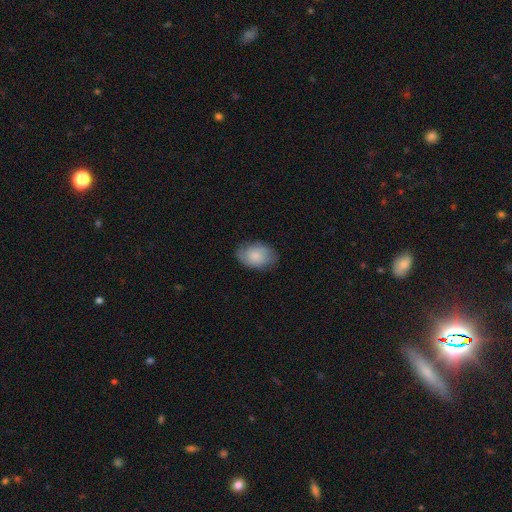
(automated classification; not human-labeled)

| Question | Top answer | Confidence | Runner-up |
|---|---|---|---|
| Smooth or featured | smooth | 75% | featured or disk (19%) |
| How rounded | in between | 86% | round (12%) |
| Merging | none | 75% | minor disturbance (19%) |